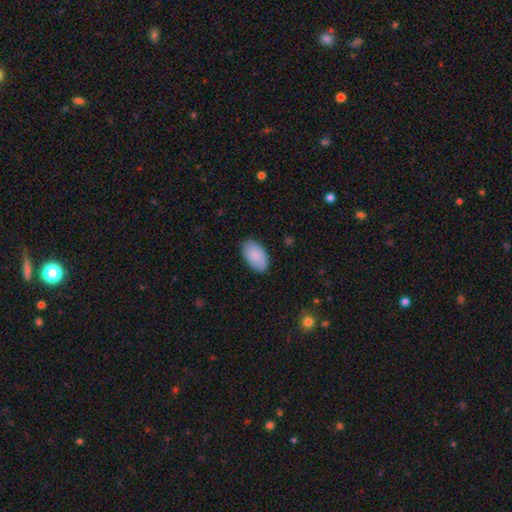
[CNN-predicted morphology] Smooth or featured?
  - smooth: 88% *
  - featured or disk: 7%
  - star or artifact: 6%
How rounded?
  - in between: 95% *
  - round: 4%
  - cigar-shaped: 1%
Merging?
  - none: 84% *
  - minor disturbance: 13%
  - major disturbance: 2%
  - merger: 1%